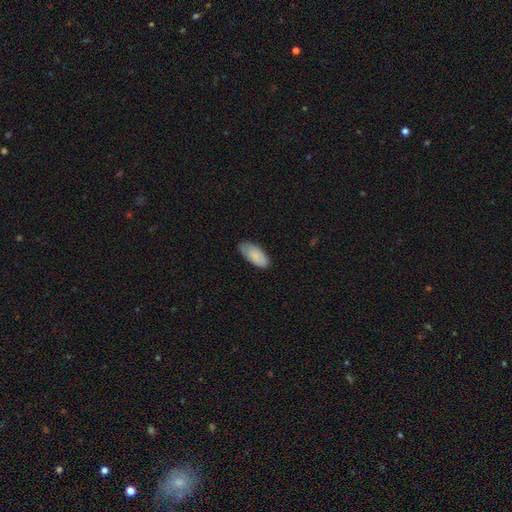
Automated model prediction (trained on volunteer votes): A smooth galaxy with no disk features (82%) that is in between round and cigar-shaped (92%).

Vote fractions:
- Smooth or featured? smooth: 82% / featured or disk: 12% / star or artifact: 6%
- How rounded? in between: 92% / cigar-shaped: 6% / round: 2%
- Merging? none: 75% / minor disturbance: 21% / major disturbance: 3% / merger: 1%